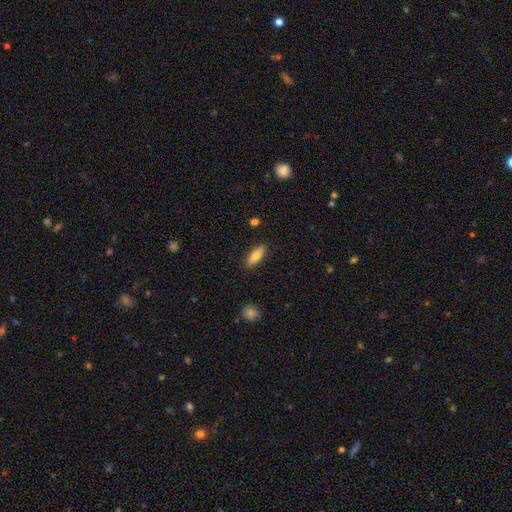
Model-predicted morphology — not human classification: This appears to be a smooth galaxy with no disk features (79%) that is in between round and cigar-shaped (72%). Merging: none (88%).